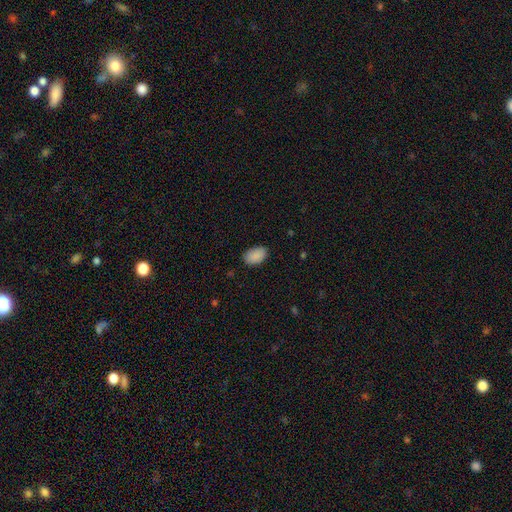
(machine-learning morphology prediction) smooth 90%, star or artifact 7%, featured or disk 3%. Down the decision tree: how rounded — in between (92%); merging — none (85%).